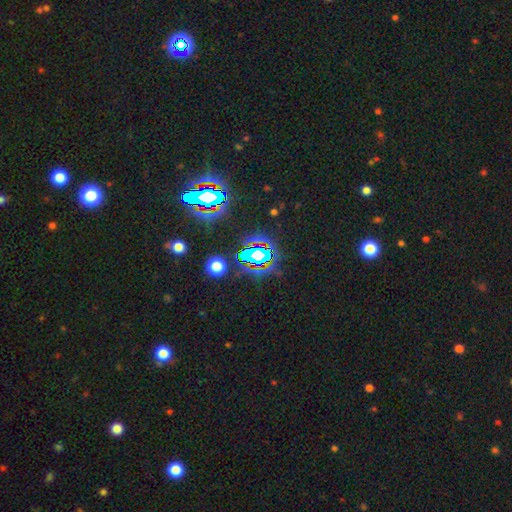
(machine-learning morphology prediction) Overall: star or artifact (69%).